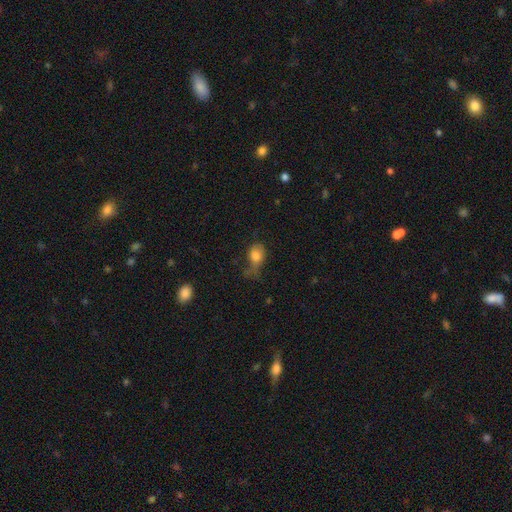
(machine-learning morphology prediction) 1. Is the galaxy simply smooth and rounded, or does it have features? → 79% smooth, 11% featured or disk, 10% star or artifact.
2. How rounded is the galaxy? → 65% in between, 33% round, 2% cigar-shaped.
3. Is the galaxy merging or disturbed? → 34% minor disturbance, 32% none, 29% major disturbance, 5% merger.